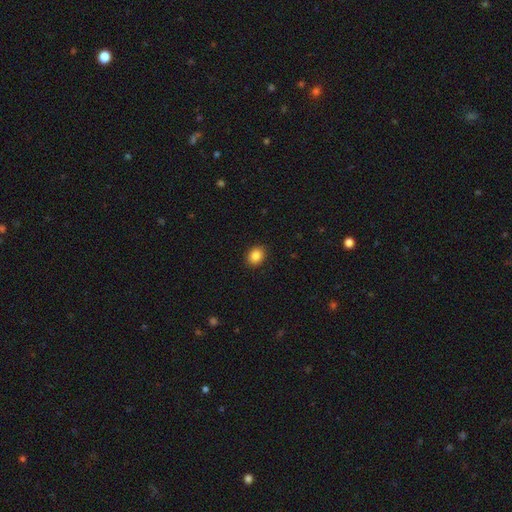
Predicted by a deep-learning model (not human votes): Smooth or featured?
  - smooth: 87% *
  - star or artifact: 9%
  - featured or disk: 4%
How rounded?
  - in between: 52% *
  - round: 47%
  - cigar-shaped: 1%
Merging?
  - none: 90% *
  - minor disturbance: 7%
  - major disturbance: 2%
  - merger: 1%